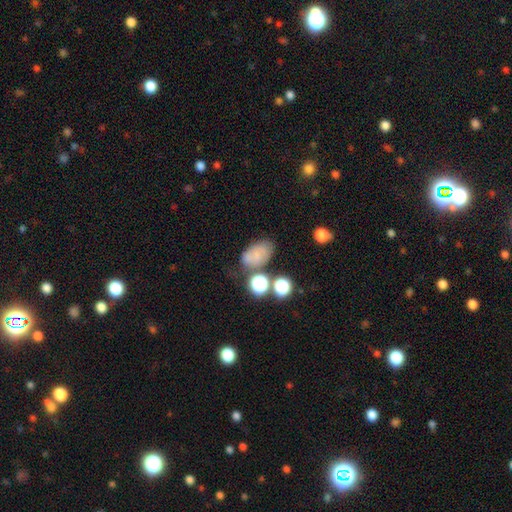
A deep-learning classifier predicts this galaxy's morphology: A smooth galaxy with no disk features (65%) that is in between round and cigar-shaped (83%).

Vote fractions:
- Smooth or featured? smooth: 65% / featured or disk: 18% / star or artifact: 16%
- How rounded? in between: 83% / round: 16% / cigar-shaped: 2%
- Merging? none: 56% / minor disturbance: 21% / merger: 14% / major disturbance: 9%